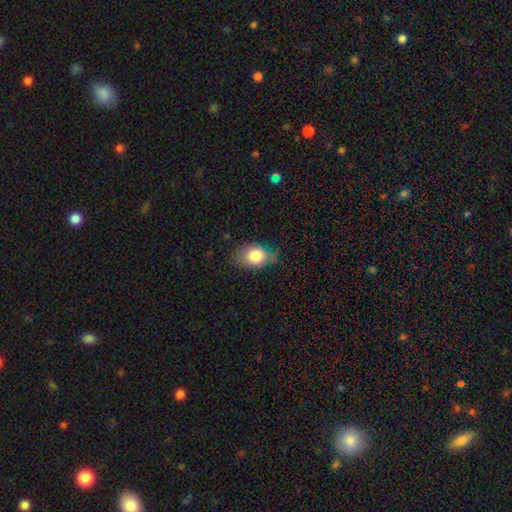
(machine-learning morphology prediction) Smooth or featured?
  - smooth: 80% *
  - featured or disk: 12%
  - star or artifact: 8%
How rounded?
  - in between: 77% *
  - round: 22%
  - cigar-shaped: 1%
Merging?
  - none: 54% *
  - minor disturbance: 35%
  - major disturbance: 10%
  - merger: 2%